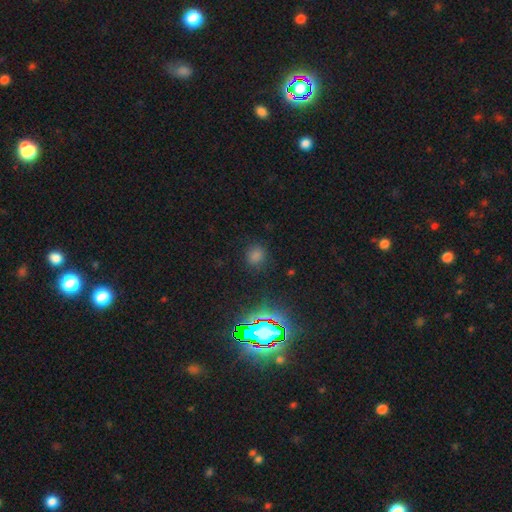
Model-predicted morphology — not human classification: This appears to be a smooth galaxy with no disk features (60%) that is round (79%). Merging: none (85%).